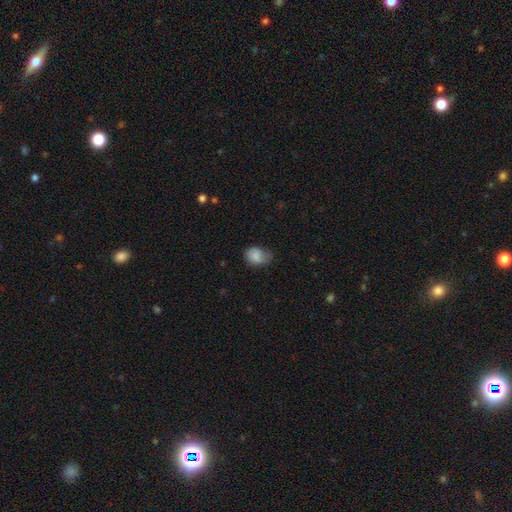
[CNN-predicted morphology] A smooth galaxy with no disk features (79%) that is in between round and cigar-shaped (68%).

Vote fractions:
- Smooth or featured? smooth: 79% / featured or disk: 13% / star or artifact: 8%
- How rounded? in between: 68% / round: 31% / cigar-shaped: 1%
- Merging? none: 49% / minor disturbance: 37% / major disturbance: 12% / merger: 2%